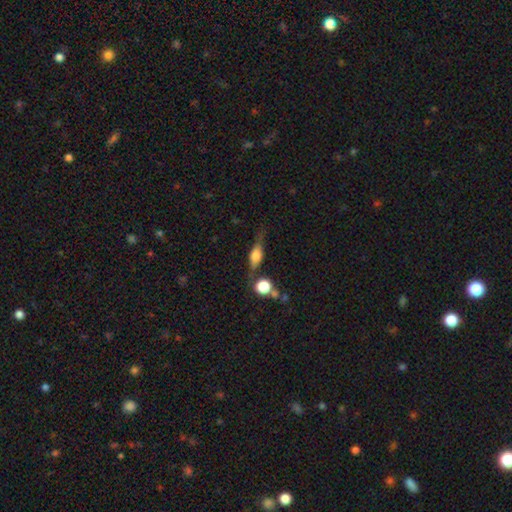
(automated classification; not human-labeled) A featured or disk galaxy (52%) viewed edge-on (89%). Merging: none (65%).